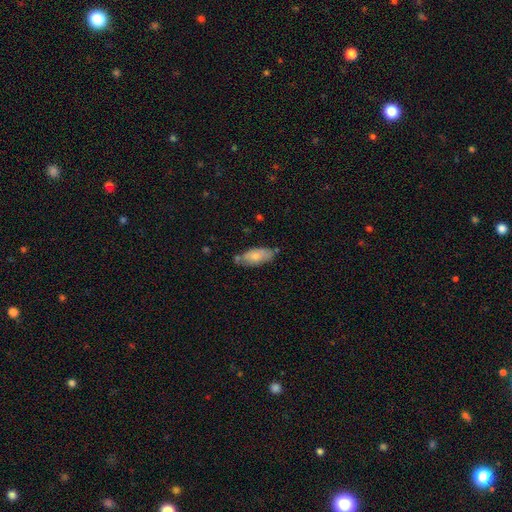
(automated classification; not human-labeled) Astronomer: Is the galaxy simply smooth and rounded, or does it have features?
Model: smooth — 70%.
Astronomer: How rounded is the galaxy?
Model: in between — 84%.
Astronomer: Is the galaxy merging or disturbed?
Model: none — 63%.